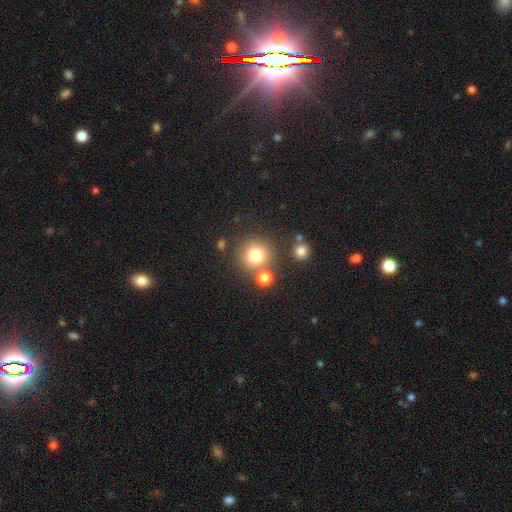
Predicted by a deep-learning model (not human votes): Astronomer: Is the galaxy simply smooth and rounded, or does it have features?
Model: smooth — 77%.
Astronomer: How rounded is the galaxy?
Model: round — 92%.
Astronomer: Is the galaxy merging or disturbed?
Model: none — 73%.